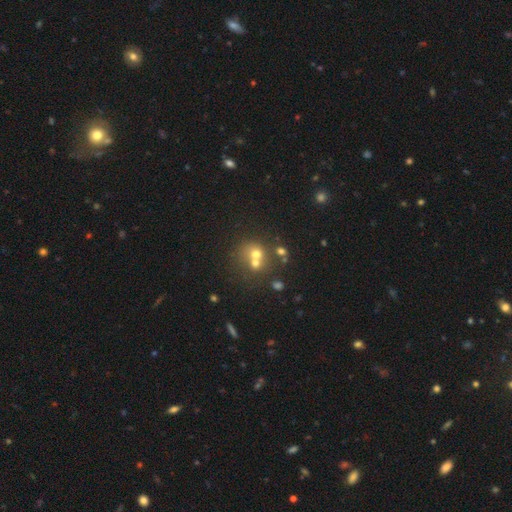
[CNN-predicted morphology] type=smooth (62%); roundness=round (78%); merging=merger (53%).